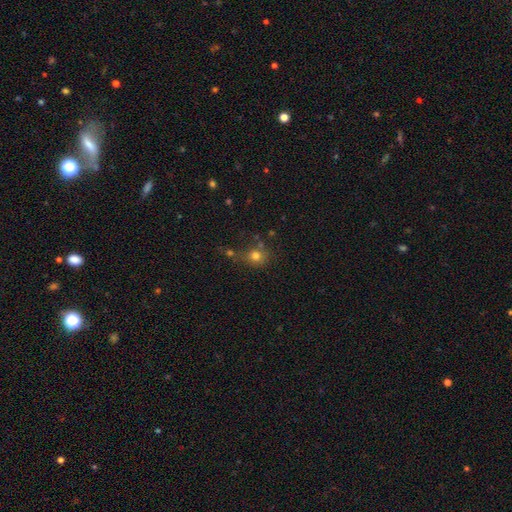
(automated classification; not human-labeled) smooth-or-featured: smooth: 74% | star or artifact: 17% | featured or disk: 9%
  how-rounded: round: 79% | in between: 20% | cigar-shaped: 1%
  merging: none: 60% | merger: 19% | minor disturbance: 14% | major disturbance: 7%